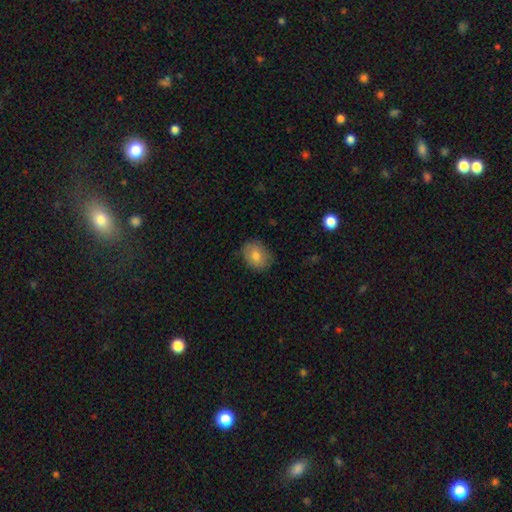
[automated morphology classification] Smooth or featured: smooth — 77% (featured or disk — 14%)
How rounded: in between — 52% (round — 47%)
Merging: none — 82% (minor disturbance — 14%)